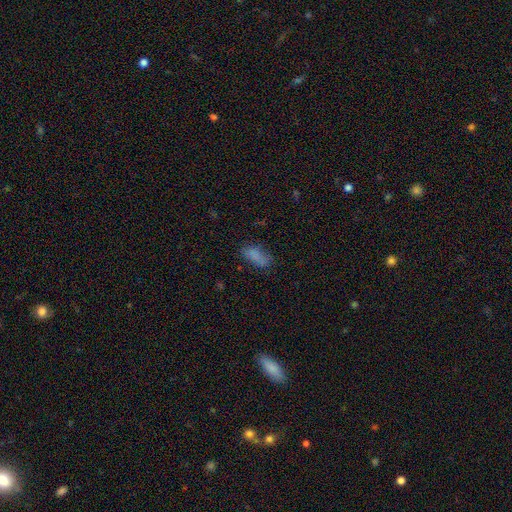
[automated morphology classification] smooth 78%, star or artifact 12%, featured or disk 10%. Down the decision tree: how rounded — in between (83%); merging — none (62%).